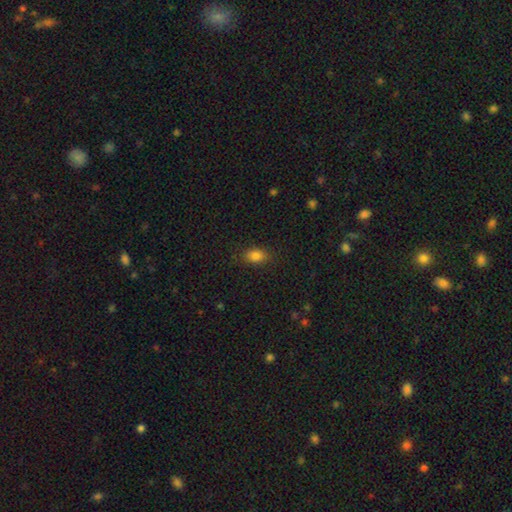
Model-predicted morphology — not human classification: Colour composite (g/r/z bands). It shows a smooth galaxy with no disk features (83%) that is in between round and cigar-shaped (80%). Merging: none (83%).